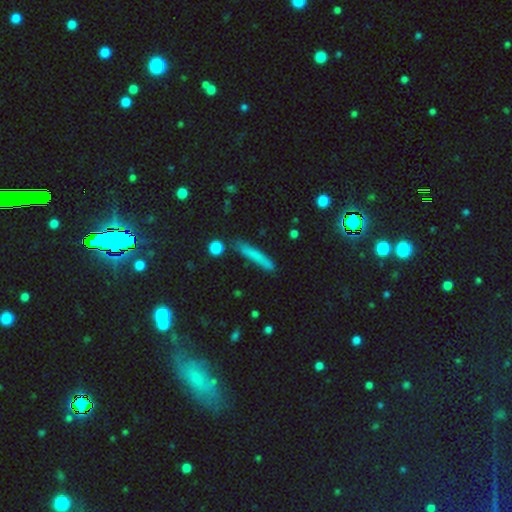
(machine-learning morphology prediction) Smooth or featured: smooth — 72% (featured or disk — 18%)
How rounded: cigar-shaped — 93% (in between — 5%)
Merging: none — 80% (minor disturbance — 13%)